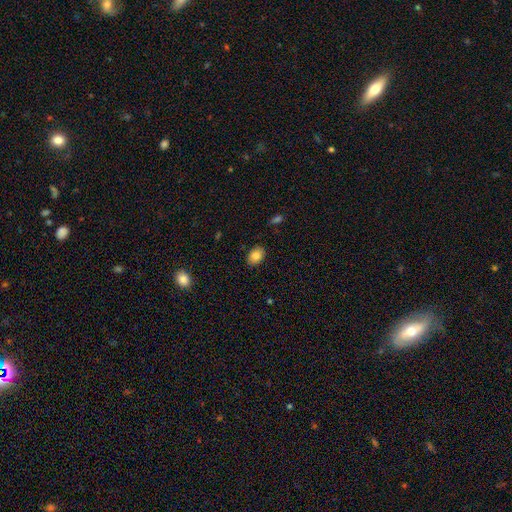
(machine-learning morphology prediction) smooth 84%, star or artifact 9%, featured or disk 7%. Down the decision tree: how rounded — in between (71%); merging — none (86%).